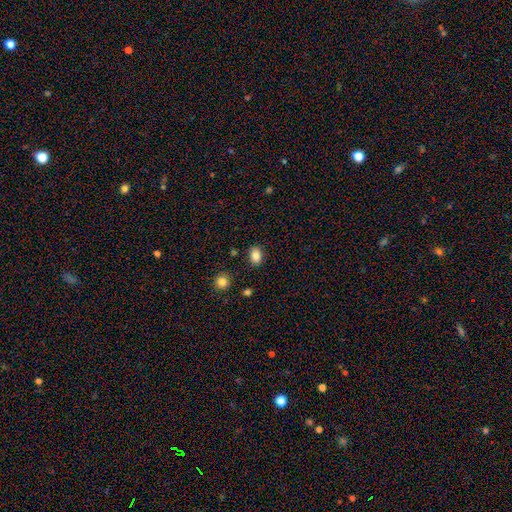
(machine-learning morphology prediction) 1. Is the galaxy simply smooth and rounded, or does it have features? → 85% smooth, 9% star or artifact, 6% featured or disk.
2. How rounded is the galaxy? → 74% in between, 24% round, 1% cigar-shaped.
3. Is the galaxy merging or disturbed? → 87% none, 9% minor disturbance, 2% major disturbance, 2% merger.